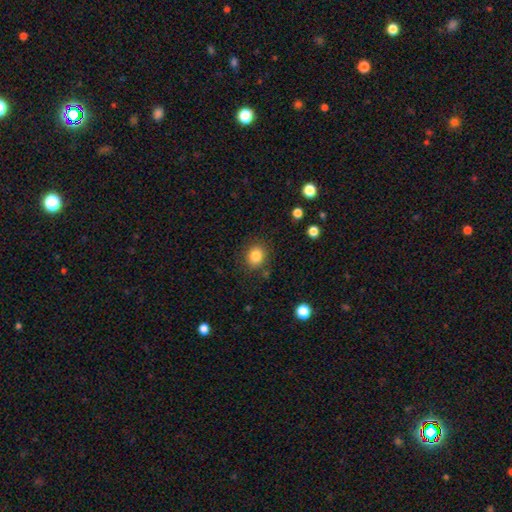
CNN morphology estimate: smooth-or-featured: smooth: 84% | star or artifact: 10% | featured or disk: 6%
  how-rounded: round: 70% | in between: 29% | cigar-shaped: 1%
  merging: none: 85% | minor disturbance: 10% | major disturbance: 3% | merger: 2%